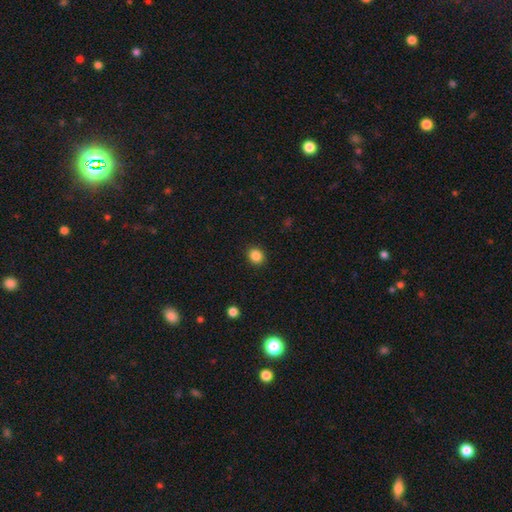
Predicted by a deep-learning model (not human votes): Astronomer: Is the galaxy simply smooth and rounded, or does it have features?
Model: smooth — 86%.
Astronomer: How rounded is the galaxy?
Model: round — 71%.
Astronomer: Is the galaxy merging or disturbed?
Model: none — 91%.